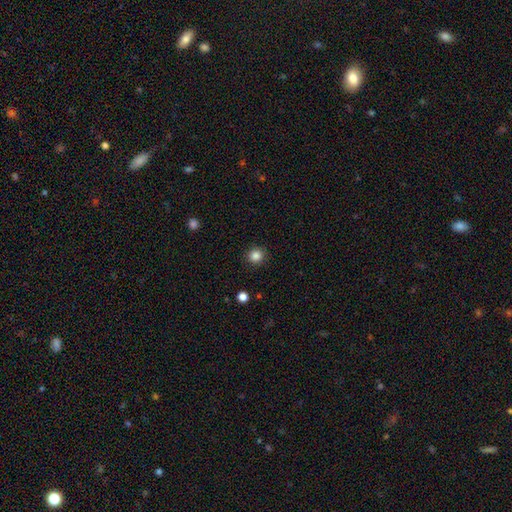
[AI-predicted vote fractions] Smooth or featured? smooth (85%)
How rounded? round (92%)
Merging? none (91%)